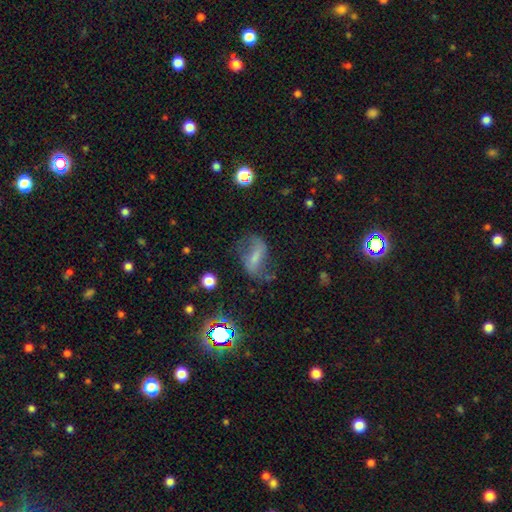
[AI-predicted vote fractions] Overall: featured or disk (57%; smooth 25%). Edge-on disk: no (93%). Bar: strong (40%; weak 38%). Spiral arms: yes (80%). Bulge size: small (43%; moderate 27%). Merging: none (56%; minor disturbance 21%).